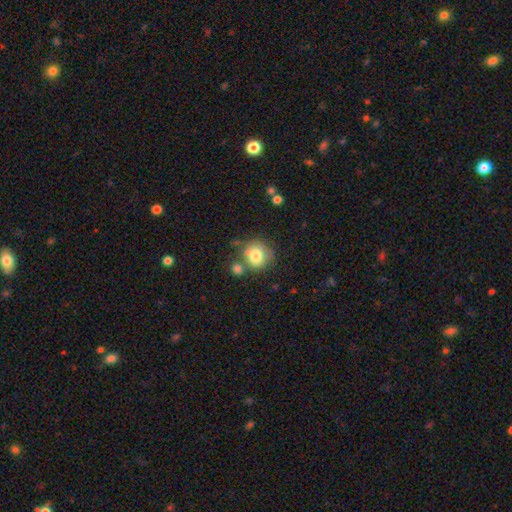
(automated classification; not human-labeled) Q: Smooth or featured?
A: smooth (78%); runner-up: featured or disk (13%)
Q: How rounded?
A: round (83%); runner-up: in between (16%)
Q: Merging?
A: none (56%); runner-up: merger (21%)